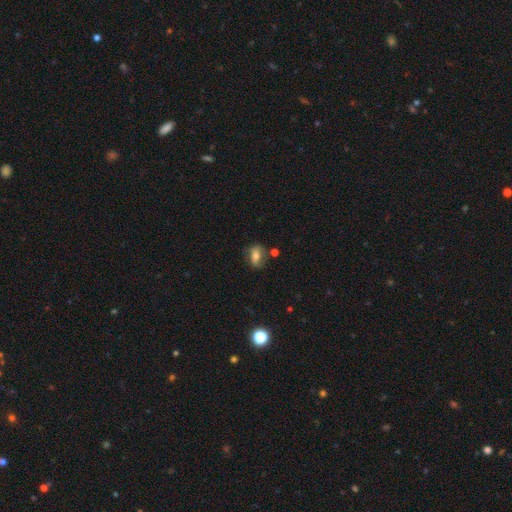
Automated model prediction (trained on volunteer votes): A smooth galaxy with no disk features (55%) that is in between round and cigar-shaped (73%).

Vote fractions:
- Smooth or featured? smooth: 55% / featured or disk: 35% / star or artifact: 10%
- How rounded? in between: 73% / round: 21% / cigar-shaped: 6%
- Merging? none: 65% / minor disturbance: 20% / major disturbance: 7% / merger: 7%